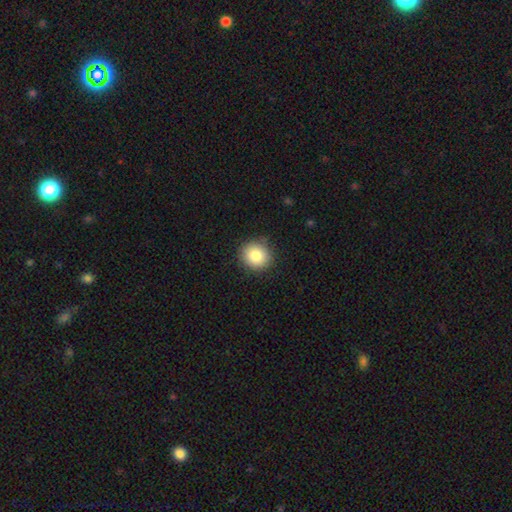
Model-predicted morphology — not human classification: Overall: smooth (83%). How rounded: round (88%). Merging: none (87%).